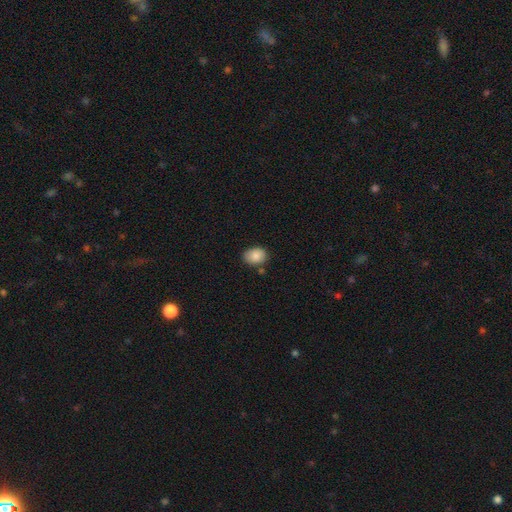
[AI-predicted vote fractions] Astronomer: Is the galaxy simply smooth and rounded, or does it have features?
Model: smooth — 86%.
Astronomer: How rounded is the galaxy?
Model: in between — 68%.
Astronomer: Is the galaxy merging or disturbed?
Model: none — 74%.